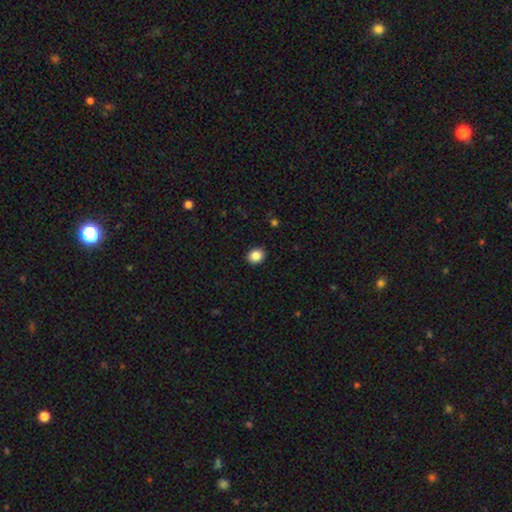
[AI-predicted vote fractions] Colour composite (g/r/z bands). It shows a smooth galaxy with no disk features (87%) that is round (65%). Merging: none (92%).